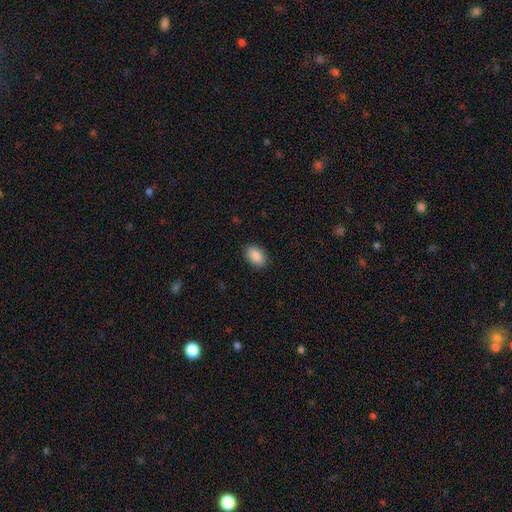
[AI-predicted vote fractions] smooth 90%, star or artifact 7%, featured or disk 4%. Down the decision tree: how rounded — in between (91%); merging — none (88%).